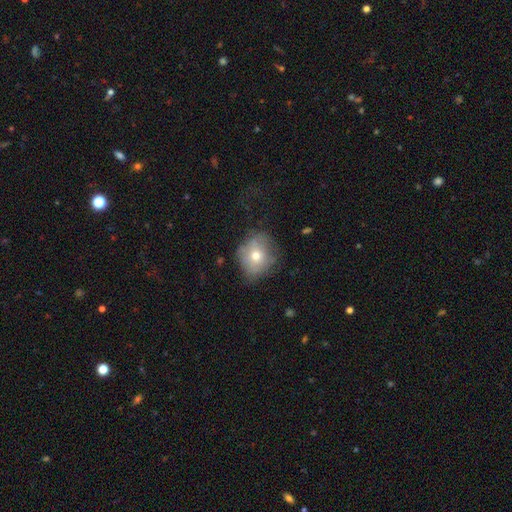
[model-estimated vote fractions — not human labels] Smooth or featured: smooth — 63% (featured or disk — 26%)
How rounded: round — 74% (in between — 25%)
Merging: none — 58% (minor disturbance — 27%)